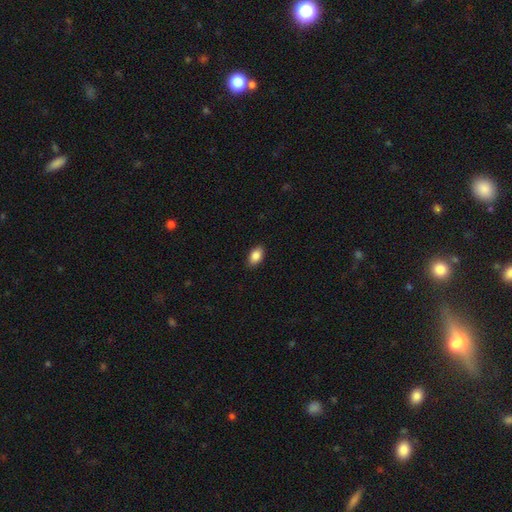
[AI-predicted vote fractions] Overall: smooth (87%). How rounded: in between (90%). Merging: none (88%).